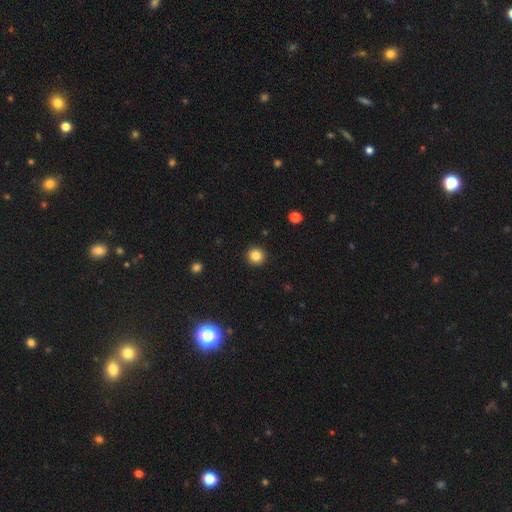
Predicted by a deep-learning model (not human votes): Smooth or featured?
  - smooth: 84% *
  - star or artifact: 11%
  - featured or disk: 5%
How rounded?
  - round: 94% *
  - in between: 5%
  - cigar-shaped: 1%
Merging?
  - none: 93% *
  - minor disturbance: 4%
  - major disturbance: 2%
  - merger: 1%